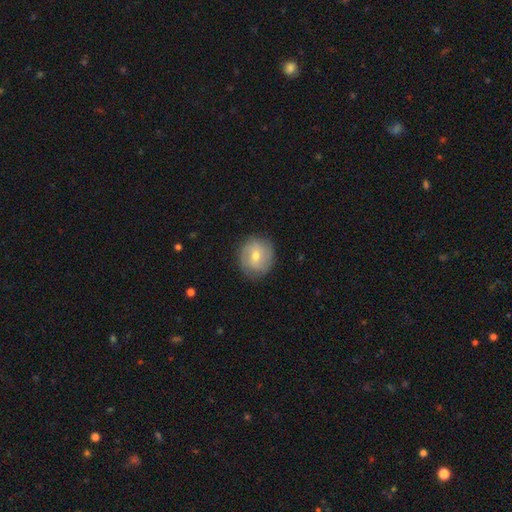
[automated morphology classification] smooth-or-featured: smooth: 51% | featured or disk: 41% | star or artifact: 7%
  how-rounded: round: 84% | in between: 14% | cigar-shaped: 1%
  merging: none: 83% | minor disturbance: 12% | major disturbance: 4% | merger: 1%